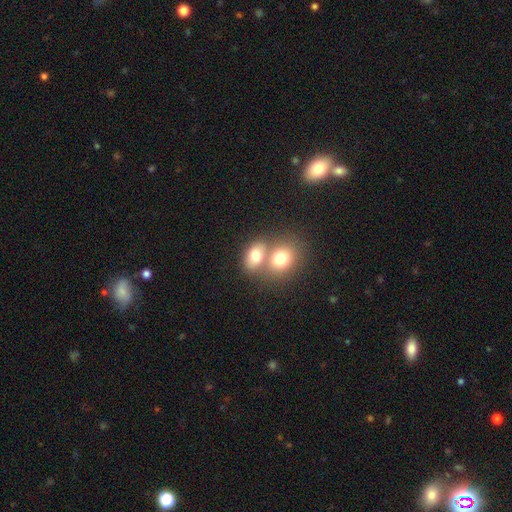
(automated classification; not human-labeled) A smooth galaxy with no disk features (75%) that is in between round and cigar-shaped (62%).

Vote fractions:
- Smooth or featured? smooth: 75% / featured or disk: 14% / star or artifact: 10%
- How rounded? in between: 62% / round: 37% / cigar-shaped: 1%
- Merging? merger: 55% / none: 34% / minor disturbance: 8% / major disturbance: 3%